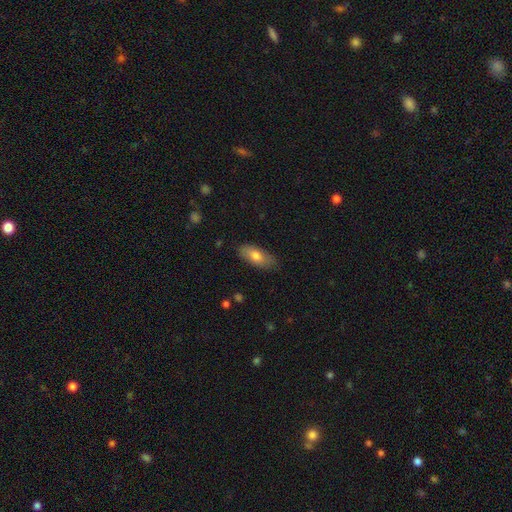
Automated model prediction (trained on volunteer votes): Q: Smooth or featured?
A: smooth (74%); runner-up: featured or disk (19%)
Q: How rounded?
A: in between (84%); runner-up: cigar-shaped (13%)
Q: Merging?
A: none (79%); runner-up: minor disturbance (16%)